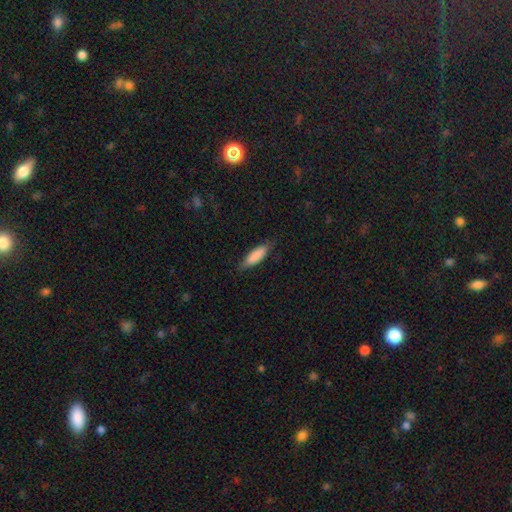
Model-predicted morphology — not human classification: This is clearly a smooth galaxy (85%). How rounded: possibly cigar-shaped (55%). Merging: clearly none (81%).